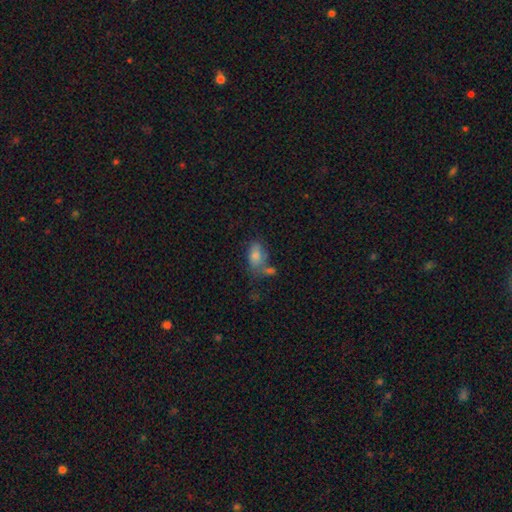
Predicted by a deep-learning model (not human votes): This appears to be a smooth galaxy with no disk features (76%) that is in between round and cigar-shaped (90%). Merging: none (46%).